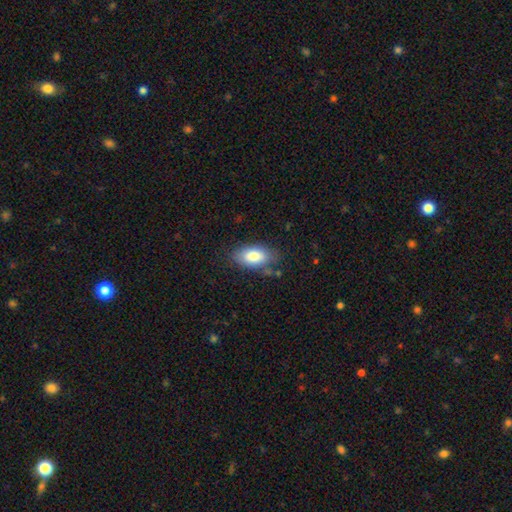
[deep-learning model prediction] Morphology: type=smooth (81%); roundness=in between (92%); merging=none (75%).